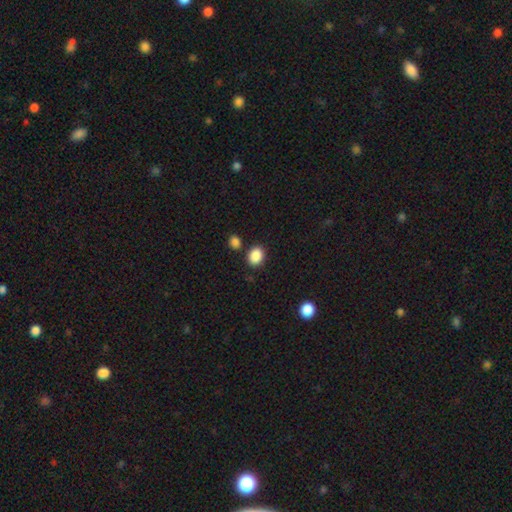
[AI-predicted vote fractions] The model was most divided on "how rounded": in between: 54%, round: 45%, cigar-shaped: 1%. More confident: smooth or featured — smooth (88%); merging — none (80%).